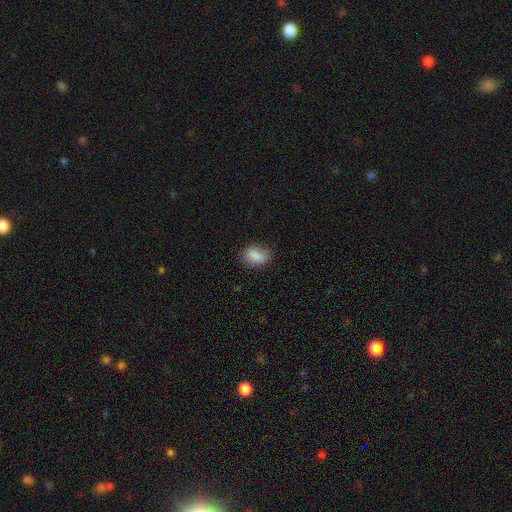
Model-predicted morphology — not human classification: Smooth or featured?
  - smooth: 85% *
  - star or artifact: 8%
  - featured or disk: 7%
How rounded?
  - in between: 71% *
  - round: 27%
  - cigar-shaped: 2%
Merging?
  - none: 76% *
  - minor disturbance: 19%
  - major disturbance: 4%
  - merger: 1%